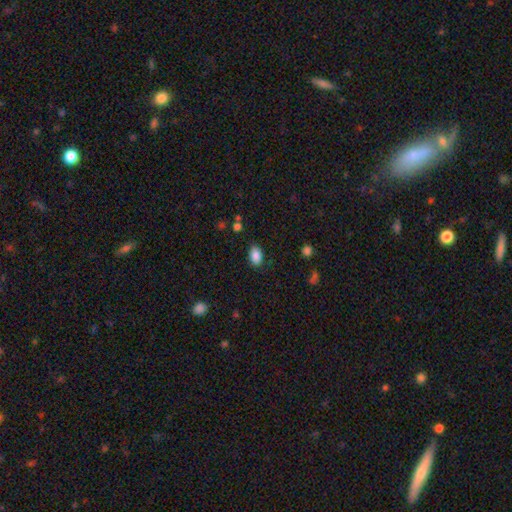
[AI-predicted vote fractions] smooth 87%, star or artifact 8%, featured or disk 5%. Down the decision tree: how rounded — in between (88%); merging — none (84%).